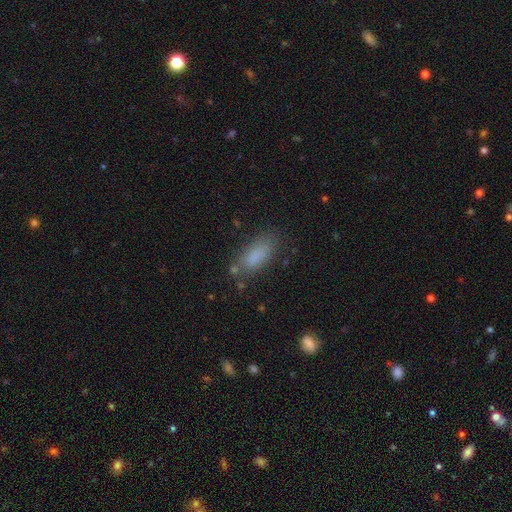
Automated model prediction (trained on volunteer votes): Q: Smooth or featured?
A: smooth (83%); runner-up: star or artifact (9%)
Q: How rounded?
A: in between (79%); runner-up: cigar-shaped (19%)
Q: Merging?
A: none (75%); runner-up: minor disturbance (15%)